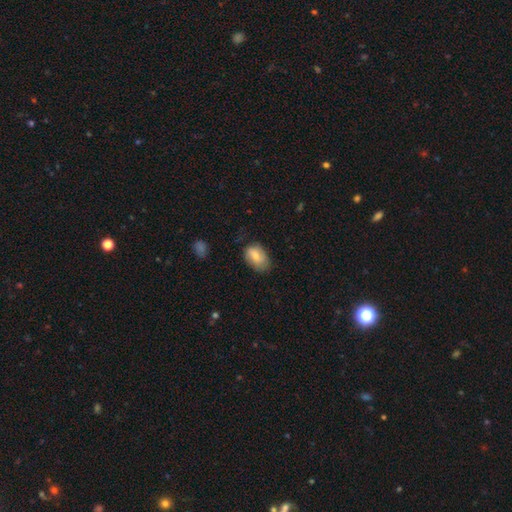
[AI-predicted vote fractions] Overall: smooth (77%). How rounded: in between (88%). Merging: none (64%; minor disturbance 28%).